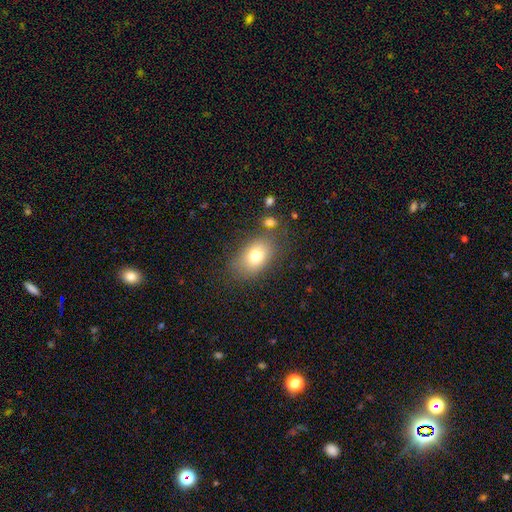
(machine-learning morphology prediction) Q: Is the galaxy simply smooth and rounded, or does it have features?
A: smooth — 76%.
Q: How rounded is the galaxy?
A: in between — 81%.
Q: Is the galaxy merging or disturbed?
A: none — 74%.